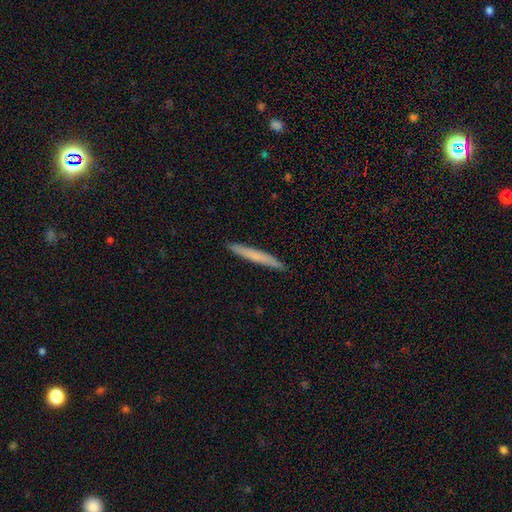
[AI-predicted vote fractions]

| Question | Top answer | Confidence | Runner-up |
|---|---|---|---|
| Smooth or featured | smooth | 64% | featured or disk (30%) |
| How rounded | cigar-shaped | 97% | in between (2%) |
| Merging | none | 91% | minor disturbance (6%) |